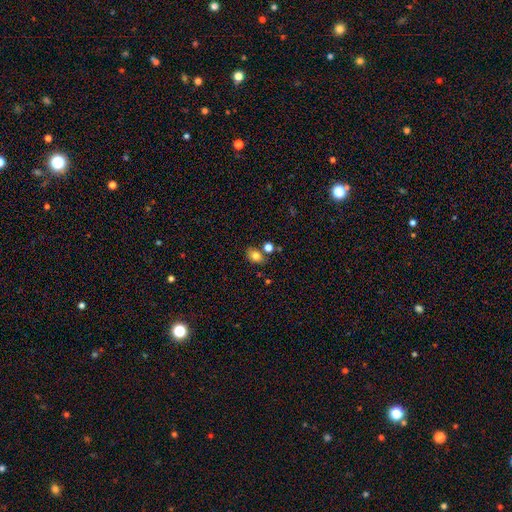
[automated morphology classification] Q: Smooth or featured?
A: smooth (79%); runner-up: star or artifact (11%)
Q: How rounded?
A: in between (68%); runner-up: round (31%)
Q: Merging?
A: none (69%); runner-up: minor disturbance (14%)